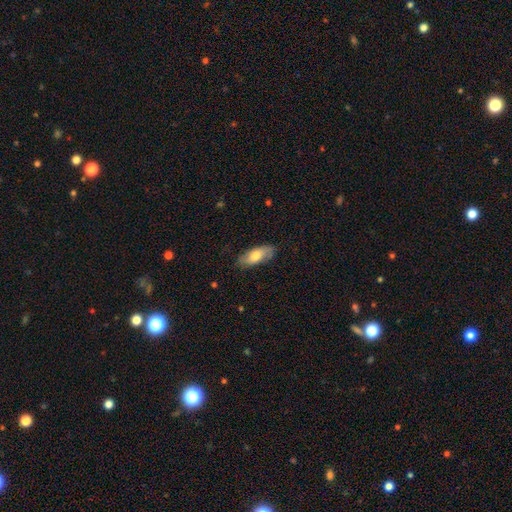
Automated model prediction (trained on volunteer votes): Smooth or featured? Predicted: smooth (p=0.67). How rounded? Predicted: in between (p=0.82). Merging? Predicted: none (p=0.80).